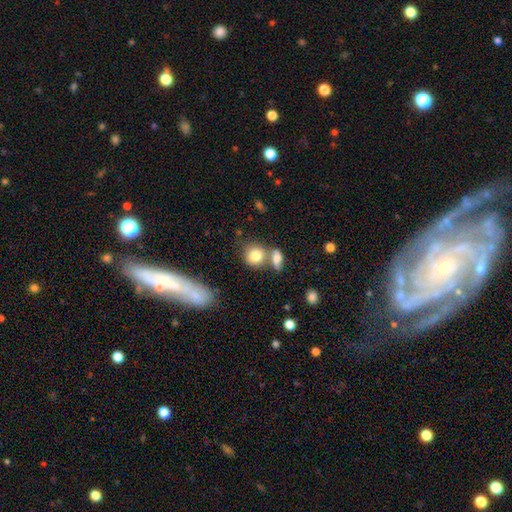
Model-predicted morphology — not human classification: Smooth or featured: smooth — 81% (featured or disk — 11%)
How rounded: round — 70% (in between — 28%)
Merging: none — 50% (merger — 35%)